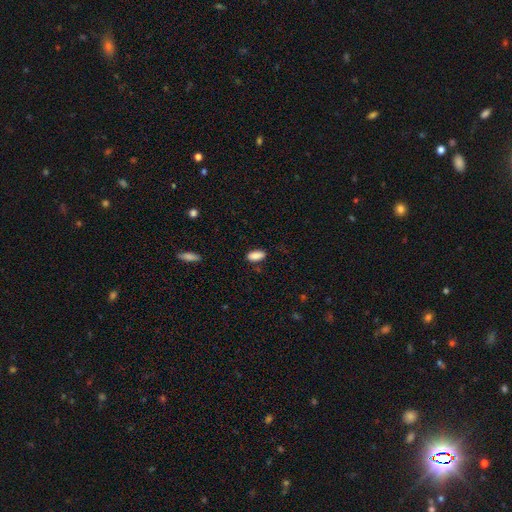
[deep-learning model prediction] smooth_or_featured: smooth (p=0.89) [alt: star or artifact p=0.07]
how_rounded: in between (p=0.89) [alt: cigar-shaped p=0.09]
merging: none (p=0.84) [alt: minor disturbance p=0.12]